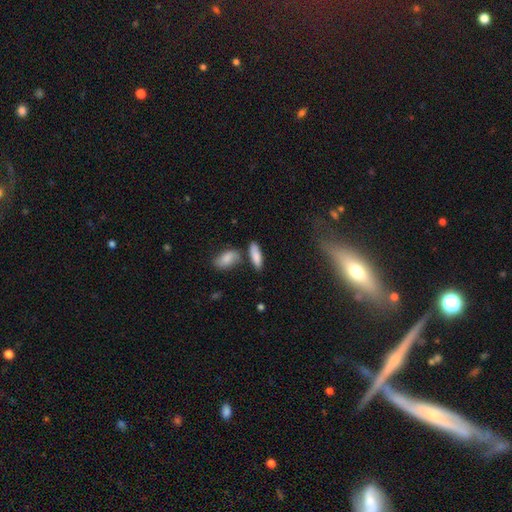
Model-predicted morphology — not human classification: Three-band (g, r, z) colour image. It shows a smooth galaxy with no disk features (82%) that is in between round and cigar-shaped (50%). Merging: none (66%).